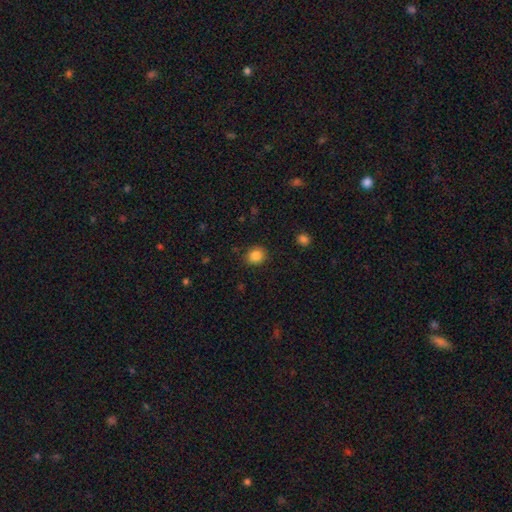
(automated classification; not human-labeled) Morphology: type=smooth (86%); roundness=round (72%); merging=none (88%).